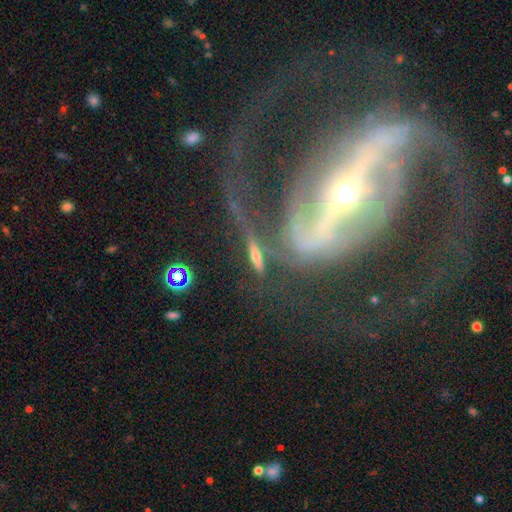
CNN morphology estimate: This is possibly a featured or disk galaxy (47%). Merging: possibly none (55%).